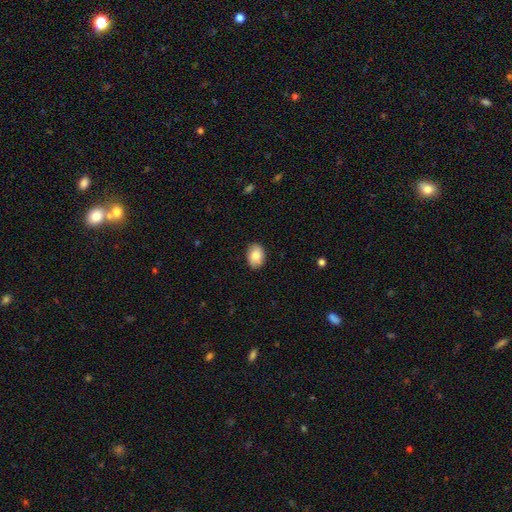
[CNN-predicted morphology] smooth 85%, featured or disk 9%, star or artifact 7%. Down the decision tree: how rounded — in between (79%); merging — none (86%).